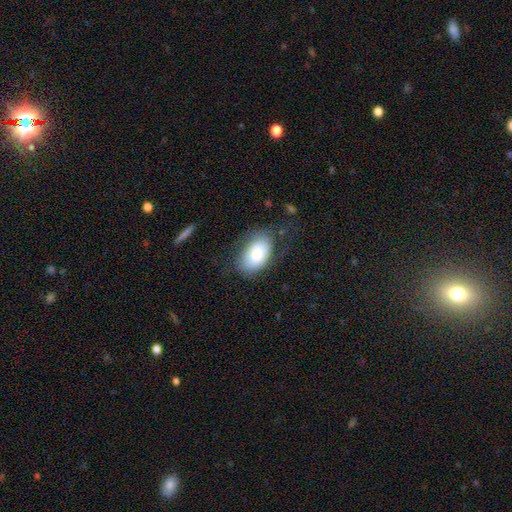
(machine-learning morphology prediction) The model was most divided on "merging": none: 68%, minor disturbance: 20%, major disturbance: 10%, merger: 2%. More confident: how rounded — in between (90%); smooth or featured — smooth (75%).